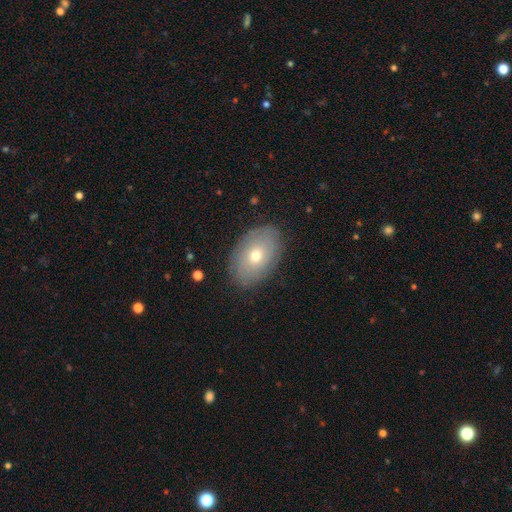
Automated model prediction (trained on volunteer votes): A smooth galaxy with no disk features (60%) that is in between round and cigar-shaped (88%).

Vote fractions:
- Smooth or featured? smooth: 60% / featured or disk: 31% / star or artifact: 8%
- How rounded? in between: 88% / round: 11% / cigar-shaped: 1%
- Merging? none: 85% / minor disturbance: 11% / major disturbance: 3% / merger: 1%